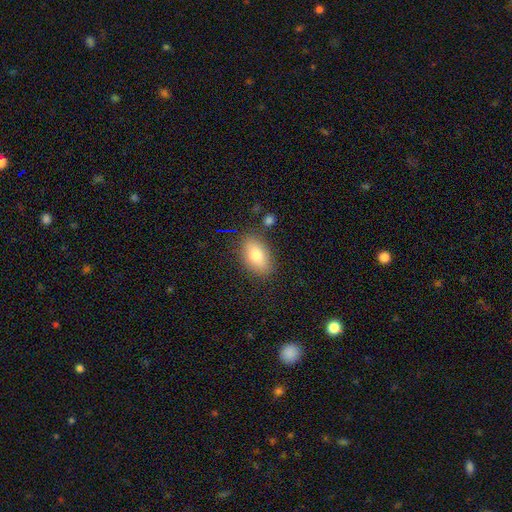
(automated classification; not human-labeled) Smooth or featured? smooth (78%)
How rounded? in between (89%)
Merging? none (81%)